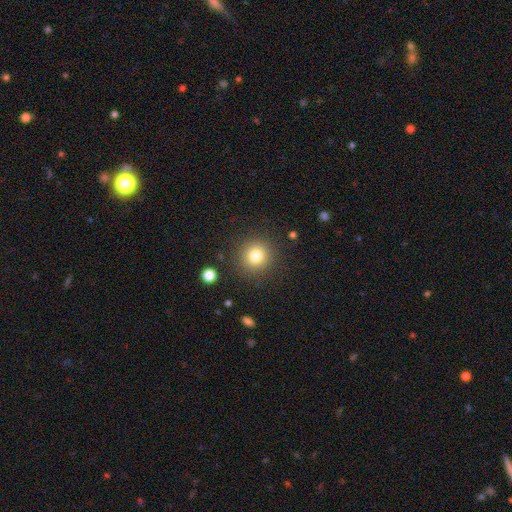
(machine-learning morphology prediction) A smooth galaxy with no disk features (79%) that is round (93%).

Vote fractions:
- Smooth or featured? smooth: 79% / star or artifact: 13% / featured or disk: 9%
- How rounded? round: 93% / in between: 6% / cigar-shaped: 1%
- Merging? none: 89% / minor disturbance: 7% / major disturbance: 3% / merger: 2%